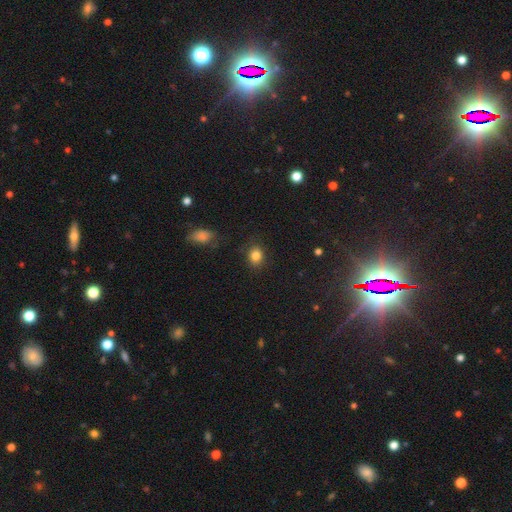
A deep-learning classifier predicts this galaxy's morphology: smooth_or_featured: smooth (p=0.83) [alt: star or artifact p=0.11]
how_rounded: round (p=0.56) [alt: in between p=0.43]
merging: none (p=0.85) [alt: minor disturbance p=0.10]